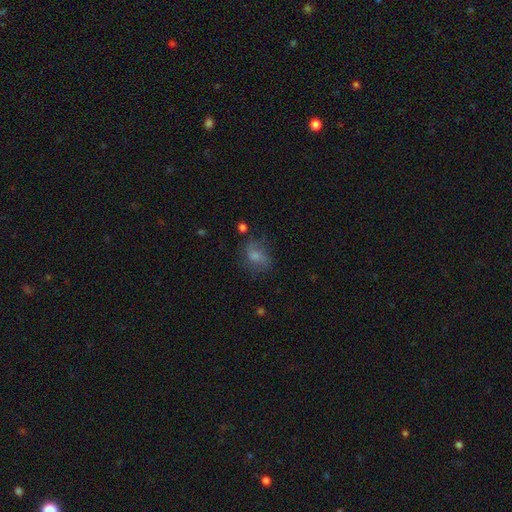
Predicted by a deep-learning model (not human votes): This is likely a smooth galaxy (62%). How rounded: likely in between (62%). Merging: possibly none (55%).